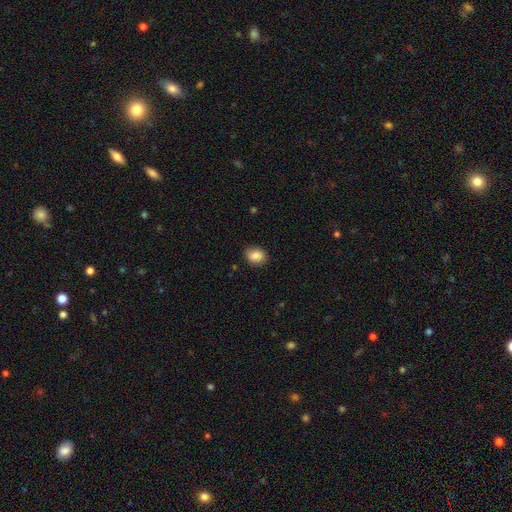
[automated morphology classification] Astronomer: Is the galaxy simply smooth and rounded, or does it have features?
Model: smooth — 84%.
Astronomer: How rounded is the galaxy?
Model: in between — 52% (runner-up: round, 47%).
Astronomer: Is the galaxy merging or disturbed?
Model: none — 84%.